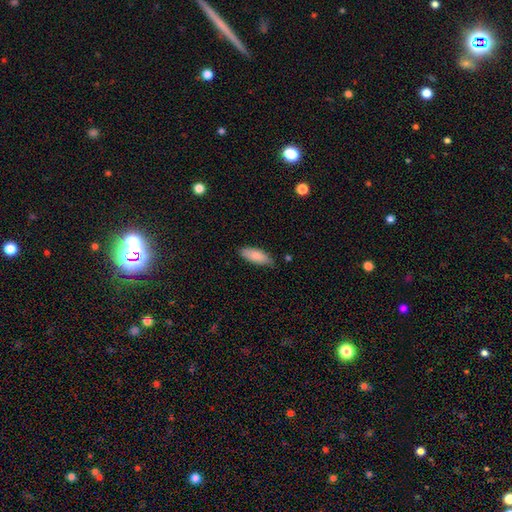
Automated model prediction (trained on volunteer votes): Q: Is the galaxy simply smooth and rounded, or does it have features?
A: smooth — 84%.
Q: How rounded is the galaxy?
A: in between — 71%.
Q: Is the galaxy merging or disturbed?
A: none — 78%.